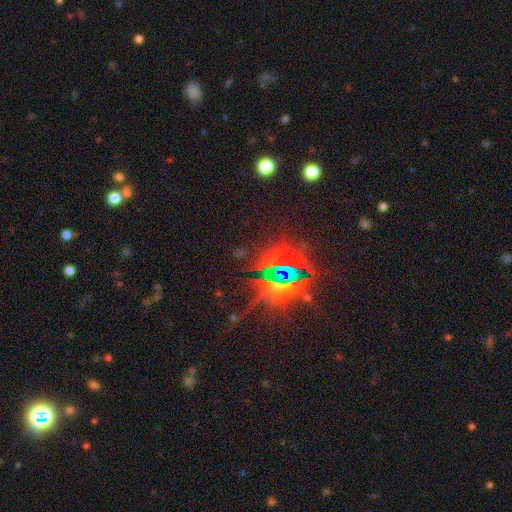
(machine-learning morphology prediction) Q: Smooth or featured?
A: star or artifact (71%); runner-up: smooth (17%)